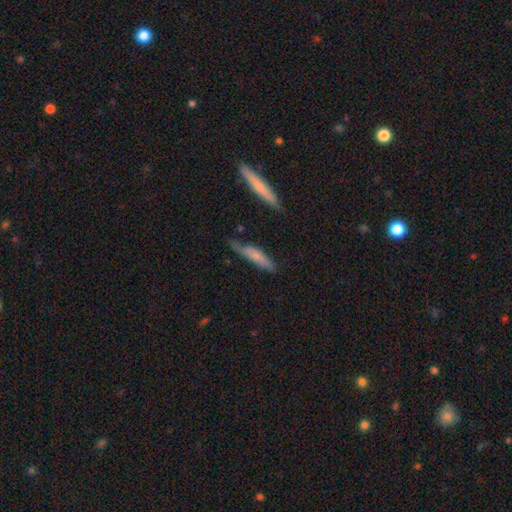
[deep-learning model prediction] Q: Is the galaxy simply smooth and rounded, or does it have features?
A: smooth — 65%.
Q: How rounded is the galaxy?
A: cigar-shaped — 81%.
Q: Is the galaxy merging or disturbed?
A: none — 59%.